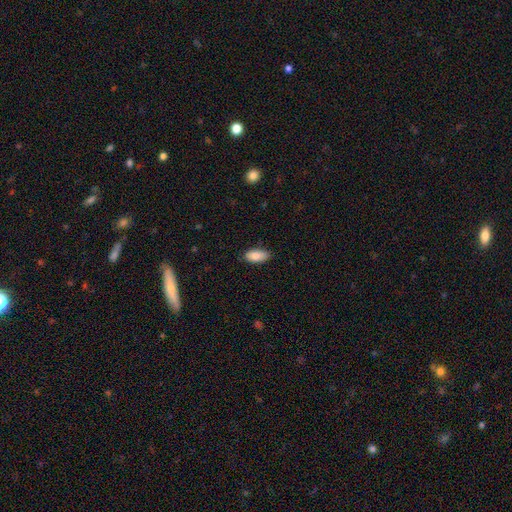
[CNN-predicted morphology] Overall: smooth (87%). How rounded: in between (90%). Merging: none (80%).